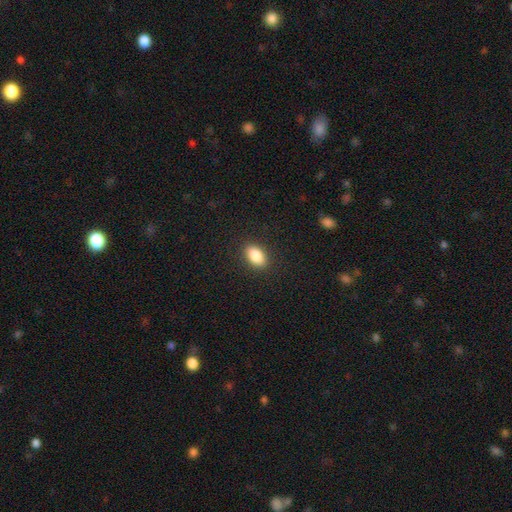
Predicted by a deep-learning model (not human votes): This is clearly a smooth galaxy (86%). How rounded: clearly in between (90%). Merging: clearly none (89%).